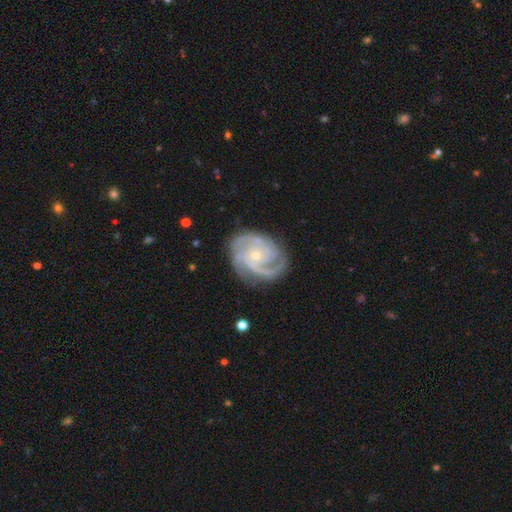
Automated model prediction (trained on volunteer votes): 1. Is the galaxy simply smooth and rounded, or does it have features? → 92% featured or disk, 4% star or artifact, 4% smooth.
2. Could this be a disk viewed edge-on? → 98% no, 2% yes.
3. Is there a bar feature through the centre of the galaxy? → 72% no, 22% weak, 5% strong.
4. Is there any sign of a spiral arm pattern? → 98% yes, 2% no.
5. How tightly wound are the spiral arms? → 62% tight, 34% medium, 5% loose.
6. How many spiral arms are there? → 48% 3, 17% 2, 14% 4, 10% can't tell, 6% more than 4, 6% 1.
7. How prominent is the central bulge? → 77% small, 20% moderate, 1% none, 1% large, 1% dominant.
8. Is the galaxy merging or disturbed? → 78% none, 15% minor disturbance, 5% major disturbance, 1% merger.